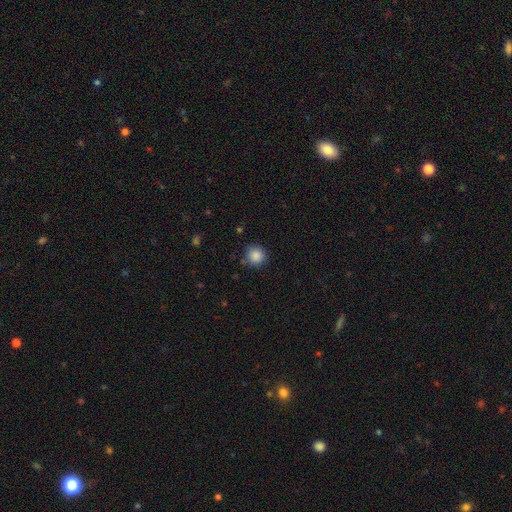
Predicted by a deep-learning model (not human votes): The model was most divided on "merging": none: 85%, minor disturbance: 10%, major disturbance: 3%, merger: 2%. More confident: how rounded — round (93%); smooth or featured — smooth (87%).